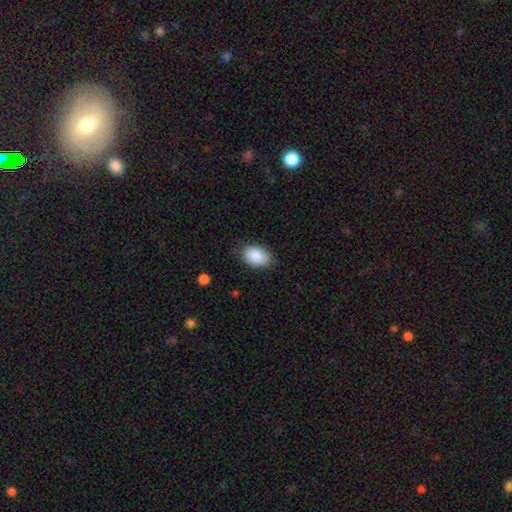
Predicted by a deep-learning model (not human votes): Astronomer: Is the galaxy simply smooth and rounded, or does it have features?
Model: smooth — 88%.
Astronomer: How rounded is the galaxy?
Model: in between — 88%.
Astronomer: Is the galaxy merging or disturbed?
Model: none — 80%.